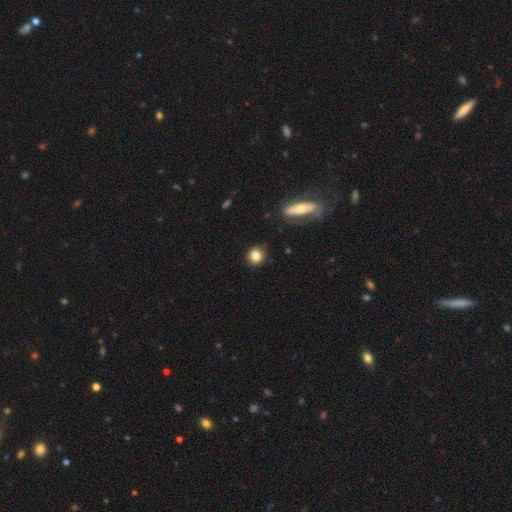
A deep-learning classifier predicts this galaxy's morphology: Smooth or featured? smooth (82%)
How rounded? round (84%)
Merging? none (85%)